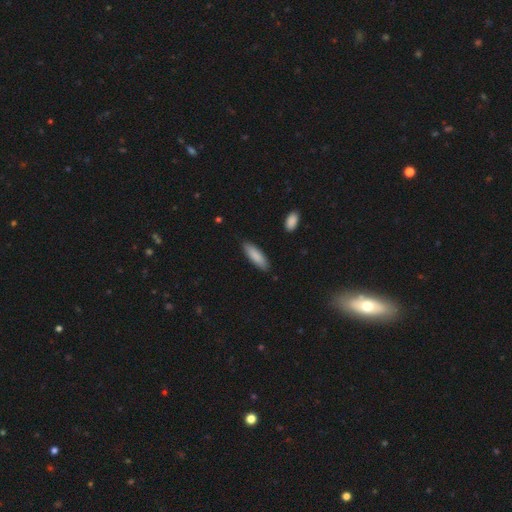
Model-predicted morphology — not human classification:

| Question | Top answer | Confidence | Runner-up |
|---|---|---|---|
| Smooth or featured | smooth | 86% | featured or disk (8%) |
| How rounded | cigar-shaped | 55% | in between (43%) |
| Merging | none | 86% | minor disturbance (10%) |